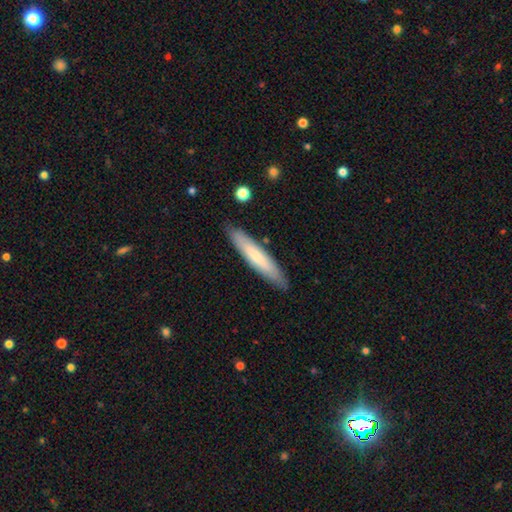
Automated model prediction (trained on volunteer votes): Morphology: type=smooth (66%); roundness=cigar-shaped (89%); merging=none (88%).